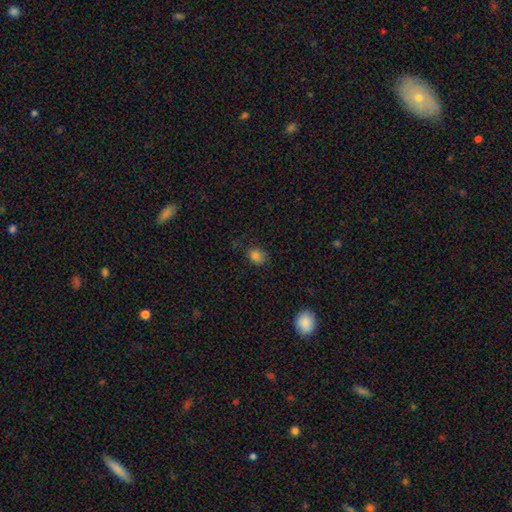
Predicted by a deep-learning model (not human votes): Overall: smooth (82%). How rounded: in between (63%; round 36%). Merging: none (74%).